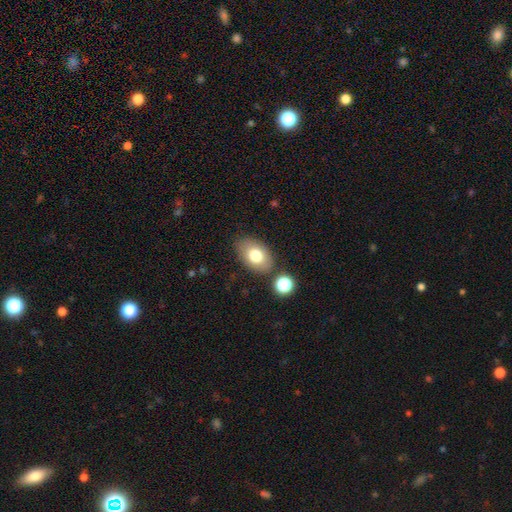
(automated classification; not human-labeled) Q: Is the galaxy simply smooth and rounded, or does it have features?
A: smooth — 76%.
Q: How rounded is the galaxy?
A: in between — 85%.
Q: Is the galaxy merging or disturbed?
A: none — 78%.